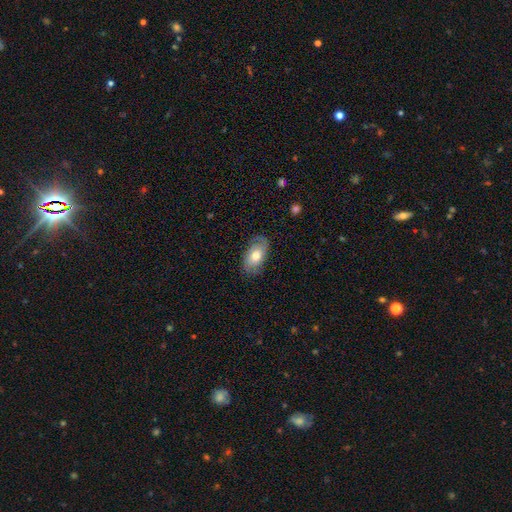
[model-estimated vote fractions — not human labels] Morphology: type=smooth (51%); roundness=in between (92%); merging=none (78%).